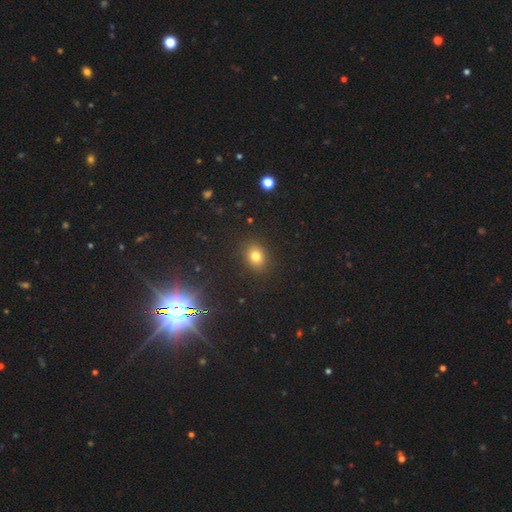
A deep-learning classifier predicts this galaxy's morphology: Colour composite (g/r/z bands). It shows a smooth galaxy with no disk features (77%) that is round (62%). Merging: none (88%).